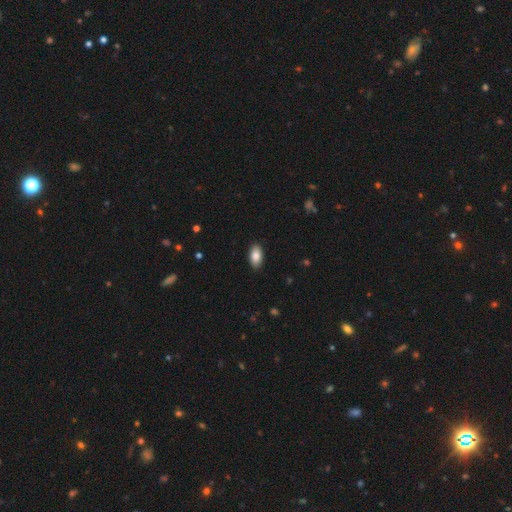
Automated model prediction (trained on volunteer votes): Smooth or featured? Predicted: smooth (p=0.85). How rounded? Predicted: in between (p=0.94). Merging? Predicted: none (p=0.90).